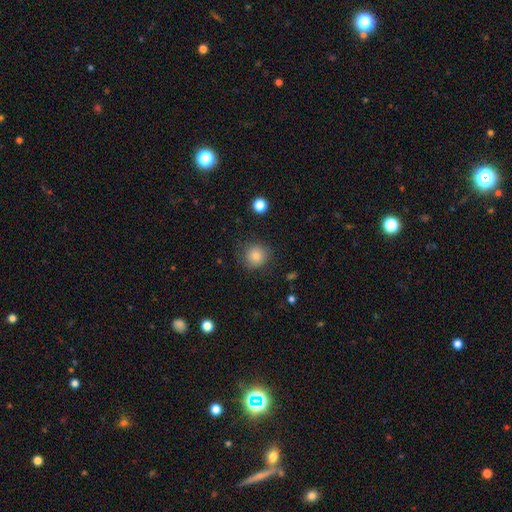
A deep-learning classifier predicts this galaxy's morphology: type=smooth (82%); roundness=round (91%); merging=none (83%).